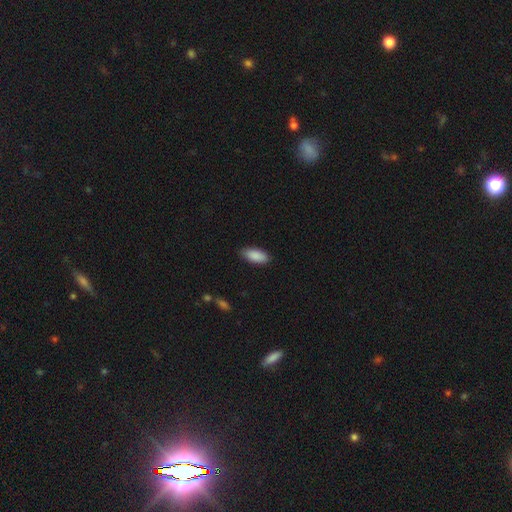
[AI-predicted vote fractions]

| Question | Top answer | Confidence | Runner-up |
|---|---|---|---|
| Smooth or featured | smooth | 90% | star or artifact (6%) |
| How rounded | in between | 87% | cigar-shaped (11%) |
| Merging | none | 86% | minor disturbance (11%) |